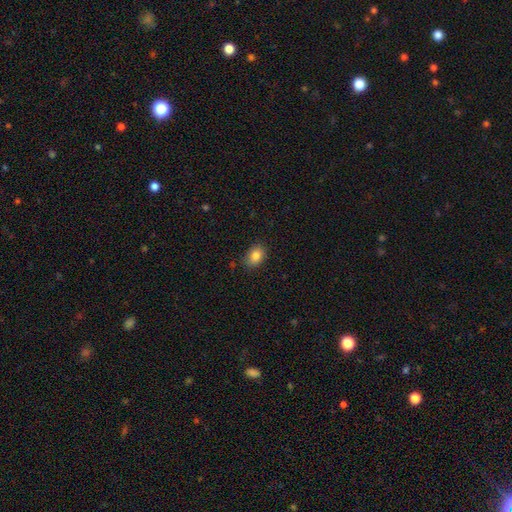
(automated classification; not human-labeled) Overall: smooth (85%). How rounded: in between (75%). Merging: none (82%).